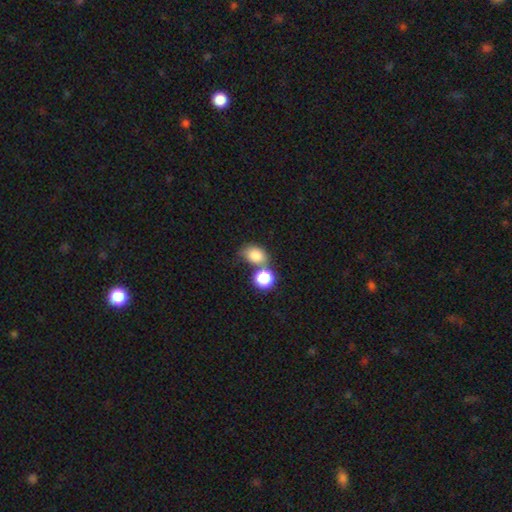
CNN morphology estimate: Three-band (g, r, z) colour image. It shows a smooth galaxy with no disk features (80%) that is in between round and cigar-shaped (58%). Merging: none (44%).